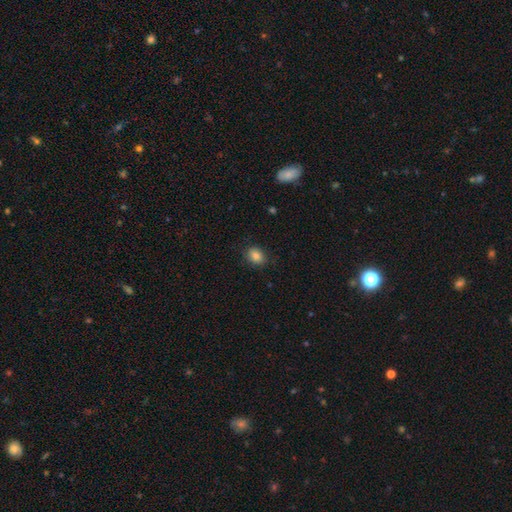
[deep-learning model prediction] This is clearly a smooth galaxy (85%). How rounded: possibly in between (60%). Merging: clearly none (85%).